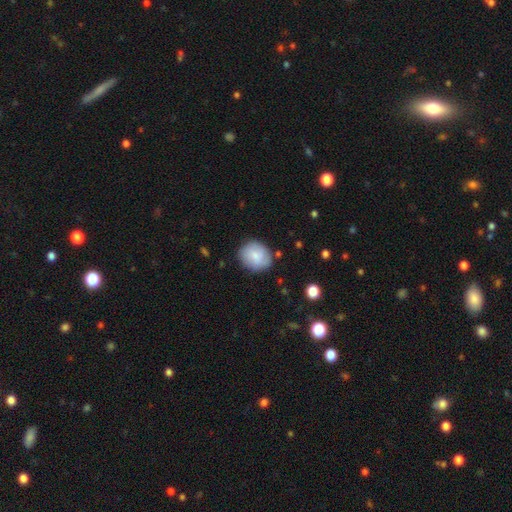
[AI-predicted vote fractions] Overall: smooth (77%). How rounded: round (68%; in between 31%). Merging: none (79%).